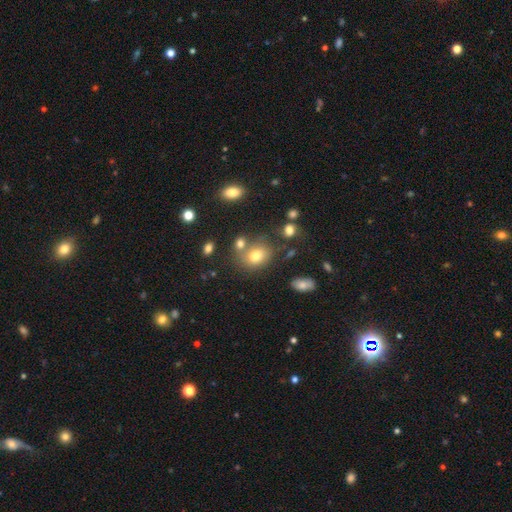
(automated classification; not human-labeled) Overall: smooth (74%). How rounded: round (50%; in between 49%). Merging: none (59%; merger 20%).